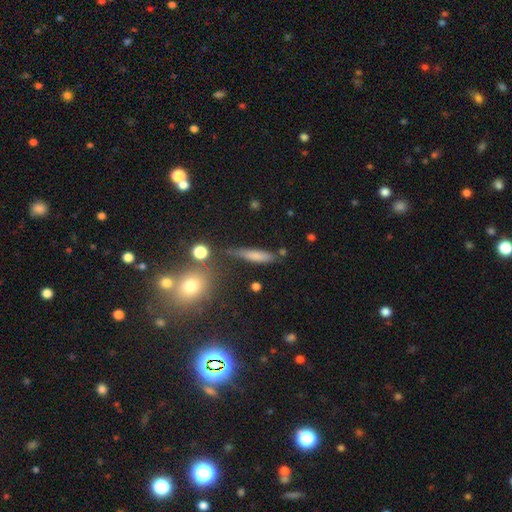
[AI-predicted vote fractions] This is likely a smooth galaxy (71%). How rounded: clearly cigar-shaped (81%). Merging: likely none (65%).